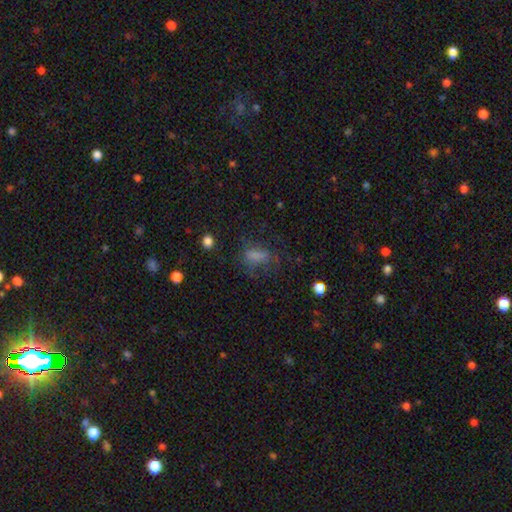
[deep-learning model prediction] A smooth galaxy with no disk features (65%) that is in between round and cigar-shaped (74%). Merging: none (44%).